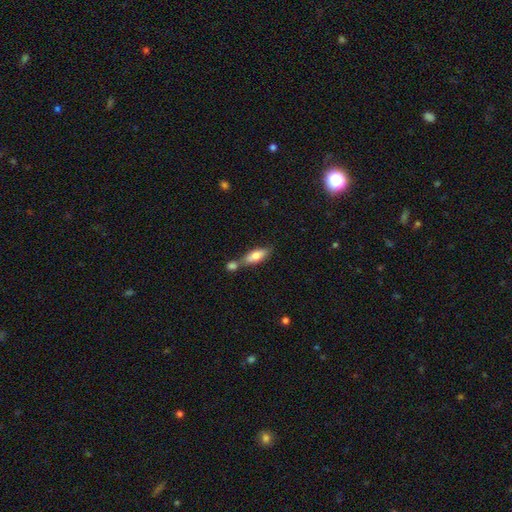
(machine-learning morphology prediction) Q: Smooth or featured?
A: smooth (73%); runner-up: featured or disk (21%)
Q: How rounded?
A: in between (67%); runner-up: cigar-shaped (31%)
Q: Merging?
A: merger (43%); runner-up: none (41%)